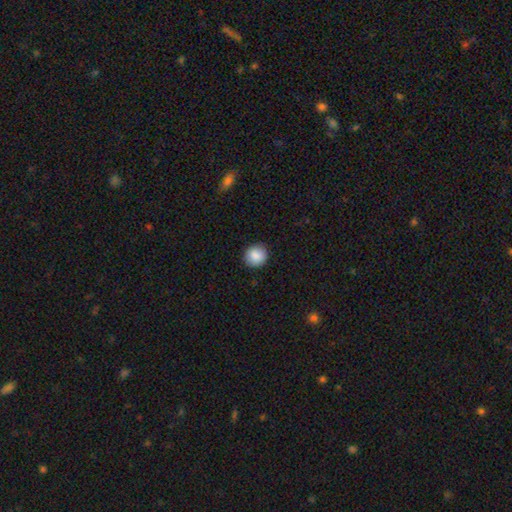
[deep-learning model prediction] smooth 89%, star or artifact 8%, featured or disk 4%. Down the decision tree: how rounded — round (89%); merging — none (90%).